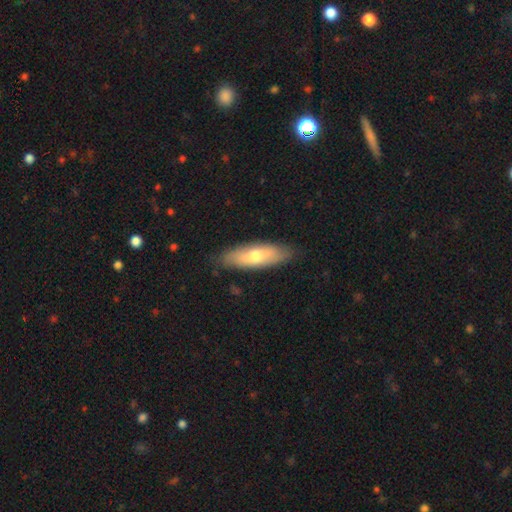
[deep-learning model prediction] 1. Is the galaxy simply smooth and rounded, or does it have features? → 61% smooth, 34% featured or disk, 5% star or artifact.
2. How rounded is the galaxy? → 55% in between, 43% cigar-shaped, 2% round.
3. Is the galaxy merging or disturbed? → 83% none, 13% minor disturbance, 3% major disturbance, 1% merger.